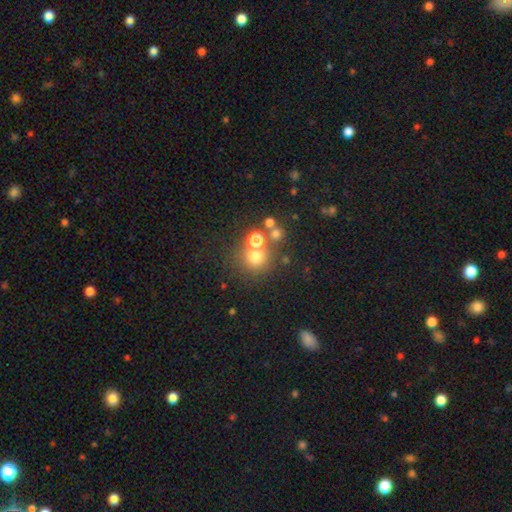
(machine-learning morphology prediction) Q: Smooth or featured?
A: smooth (68%); runner-up: star or artifact (20%)
Q: How rounded?
A: round (90%); runner-up: in between (9%)
Q: Merging?
A: none (64%); runner-up: merger (22%)